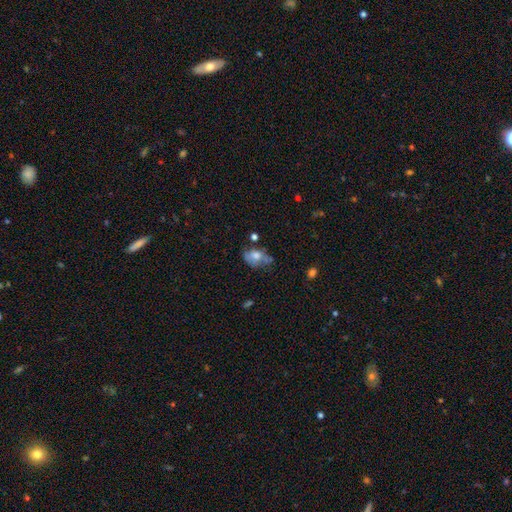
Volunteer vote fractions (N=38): A smooth galaxy with no disk features (47%) that is in between round and cigar-shaped (83%). Merging: none (31%, tied with minor disturbance).